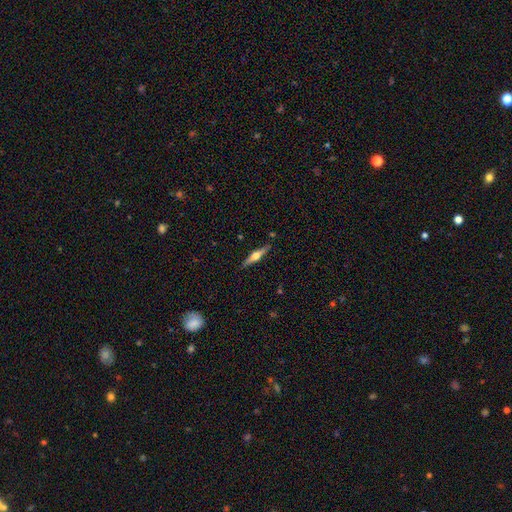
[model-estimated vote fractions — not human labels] smooth_or_featured: featured or disk (p=0.65) [alt: smooth p=0.29]
disk_edge_on: yes (p=0.97) [alt: no p=0.03]
edge_on_bulge: rounded (p=0.94) [alt: boxy p=0.04]
merging: none (p=0.89) [alt: minor disturbance p=0.08]